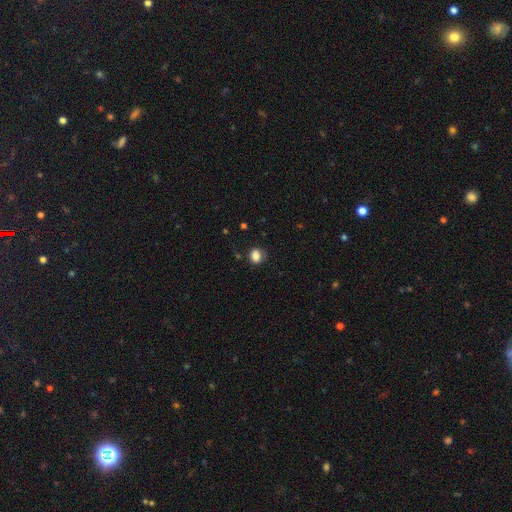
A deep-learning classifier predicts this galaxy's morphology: This is clearly a smooth galaxy (84%). How rounded: possibly round (54%). Merging: likely none (79%).